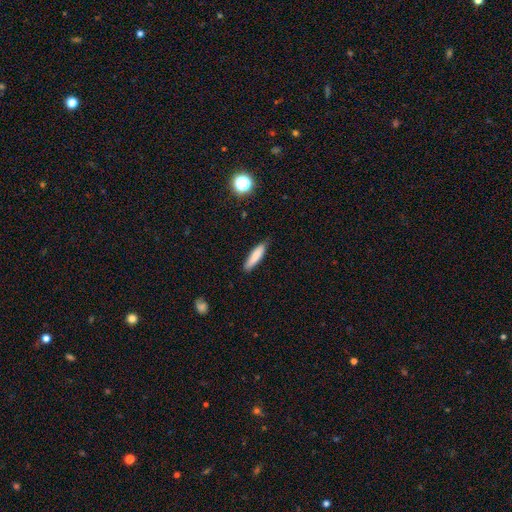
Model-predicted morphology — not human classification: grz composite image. It shows a smooth galaxy with no disk features (83%) that is cigar-shaped (77%). Merging: none (85%).